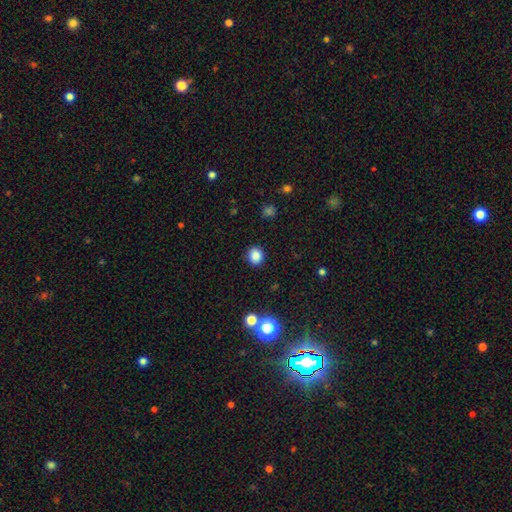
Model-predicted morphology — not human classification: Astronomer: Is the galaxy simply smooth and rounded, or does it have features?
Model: smooth — 84%.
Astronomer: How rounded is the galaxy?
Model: round — 82%.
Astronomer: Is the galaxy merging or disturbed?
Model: none — 89%.